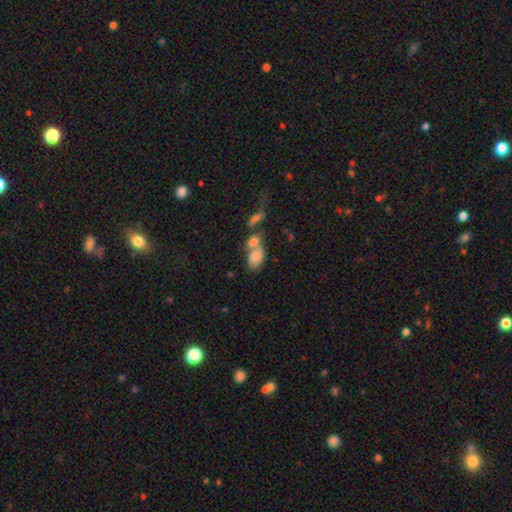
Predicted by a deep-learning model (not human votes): smooth_or_featured: smooth (p=0.76) [alt: featured or disk p=0.15]
how_rounded: in between (p=0.83) [alt: round p=0.15]
merging: merger (p=0.56) [alt: none p=0.25]